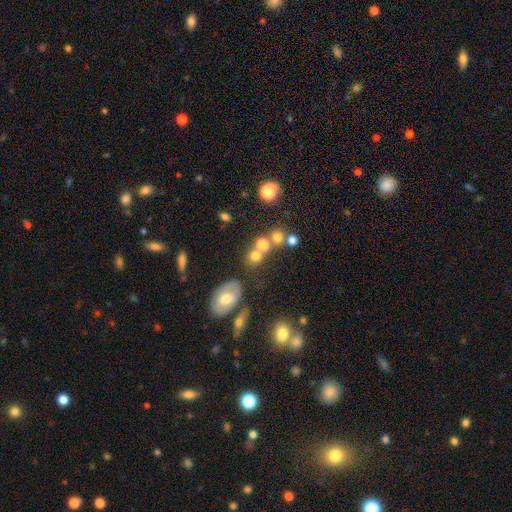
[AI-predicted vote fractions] The model was most divided on "merging": none: 47%, merger: 37%, minor disturbance: 10%, major disturbance: 6%. More confident: how rounded — round (74%); smooth or featured — smooth (71%).